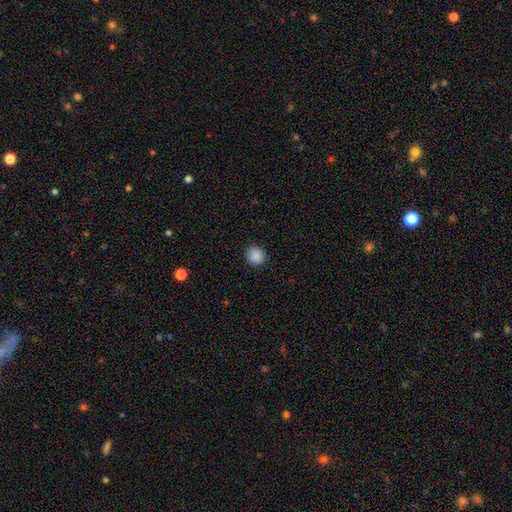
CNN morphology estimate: Overall: smooth (89%). How rounded: round (91%). Merging: none (92%).